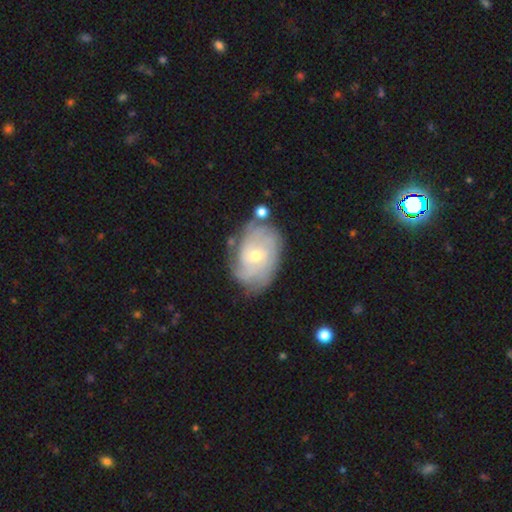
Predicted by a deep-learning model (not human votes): This is likely a featured or disk galaxy (78%). It is clearly not viewed edge-on (96%). Bar: likely no (69%). Spiral arm pattern: clearly yes (91%). Spiral arm count: marginally can't tell (45%). Spiral winding: likely tight (69%). Central bulge: possibly moderate (50%). Merging: likely none (68%).